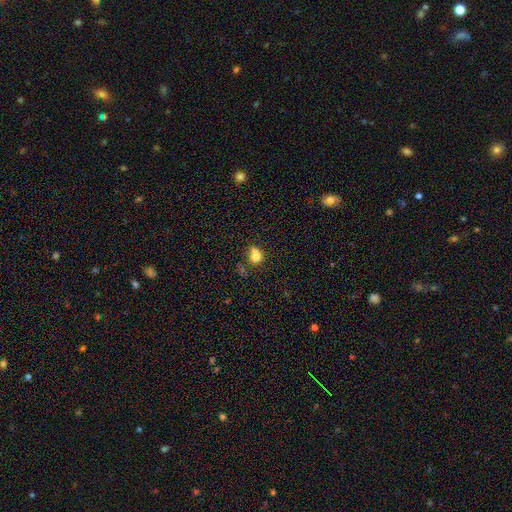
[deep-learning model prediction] The model was most divided on "how rounded": in between: 52%, round: 46%, cigar-shaped: 2%. Remaining: smooth or featured — smooth (74%); merging — merger (37%).